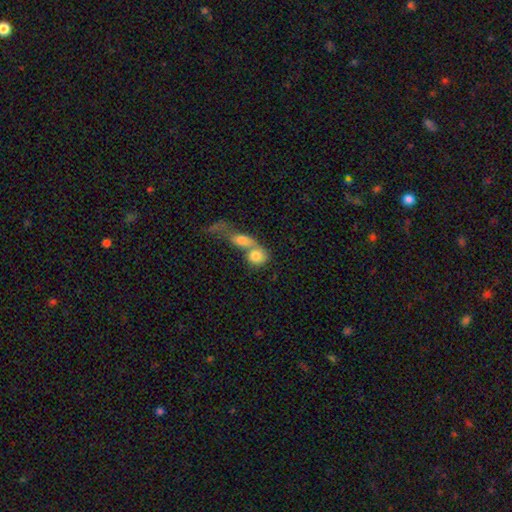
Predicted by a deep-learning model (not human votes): smooth-or-featured: smooth: 77% | featured or disk: 15% | star or artifact: 8%
  how-rounded: round: 65% | in between: 31% | cigar-shaped: 4%
  merging: merger: 67% | none: 22% | minor disturbance: 6% | major disturbance: 5%